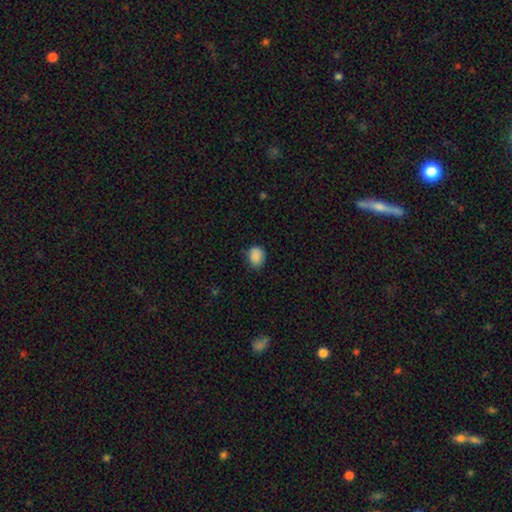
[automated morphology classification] Overall: smooth (88%). How rounded: in between (56%; round 43%). Merging: none (74%).